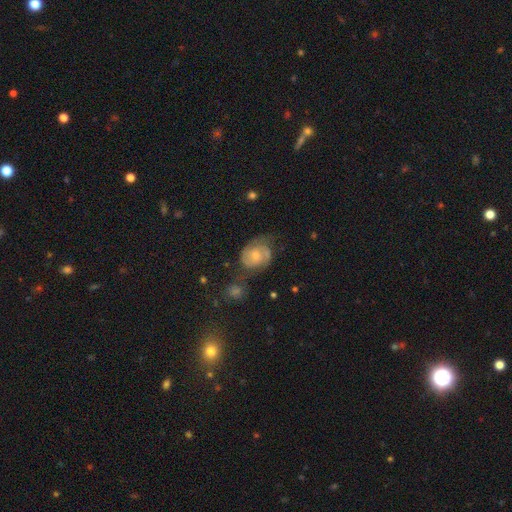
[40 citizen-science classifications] Overall: featured or disk (78%). Edge-on disk: no (100%). Bar: no (52%; weak 42%). Spiral arms: yes (90%). Spiral arm count: 2 (79%). Spiral winding: medium (43%; tight 39%). Bulge size: small (52%; moderate 45%). Merging: none (50%; major disturbance 25%).